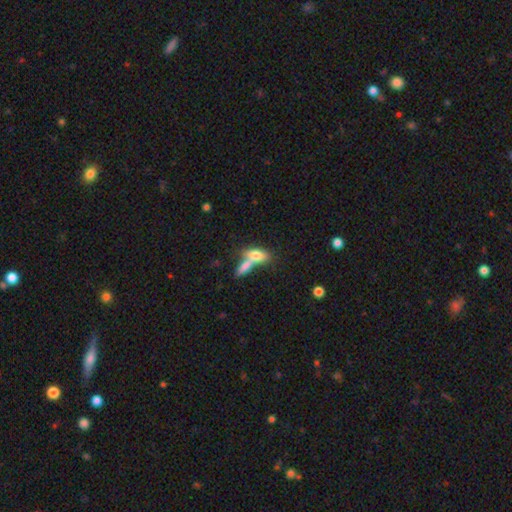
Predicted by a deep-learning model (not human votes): This is likely a smooth galaxy (74%). How rounded: likely in between (77%). Merging: possibly merger (59%).